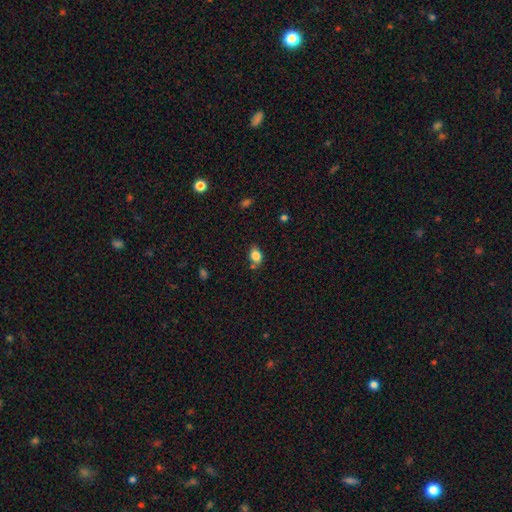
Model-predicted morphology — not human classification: Overall: smooth (82%). How rounded: in between (71%). Merging: none (69%).